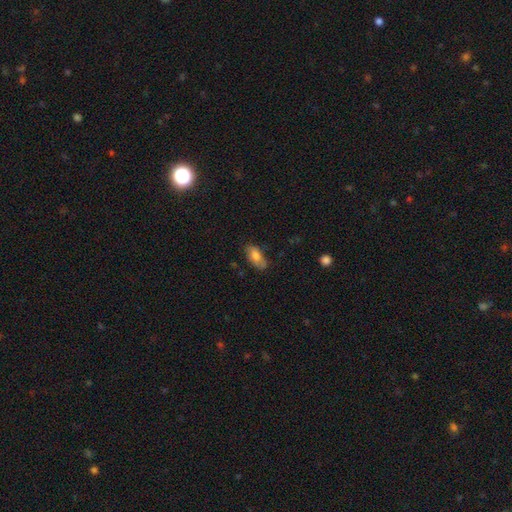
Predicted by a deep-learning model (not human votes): smooth-or-featured: smooth: 74% | featured or disk: 19% | star or artifact: 7%
  how-rounded: in between: 89% | cigar-shaped: 7% | round: 4%
  merging: none: 69% | minor disturbance: 24% | major disturbance: 5% | merger: 2%